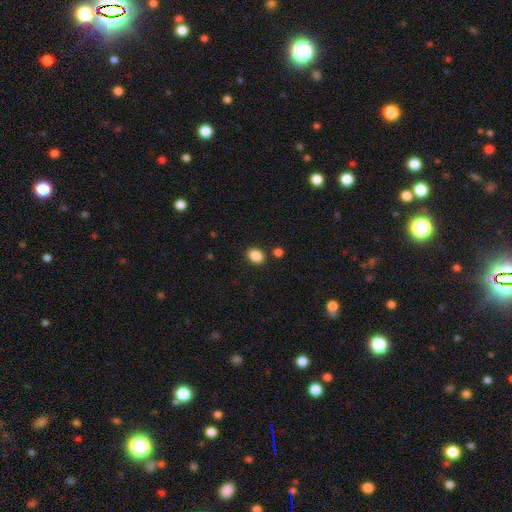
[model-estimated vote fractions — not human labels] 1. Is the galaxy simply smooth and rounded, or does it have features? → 88% smooth, 9% star or artifact, 3% featured or disk.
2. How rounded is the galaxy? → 68% in between, 31% round, 1% cigar-shaped.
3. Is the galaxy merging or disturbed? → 85% none, 8% minor disturbance, 4% merger, 2% major disturbance.